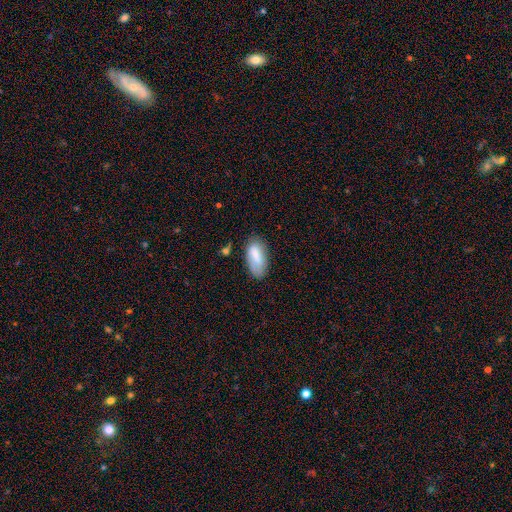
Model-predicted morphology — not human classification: Smooth or featured? smooth (78%)
How rounded? in between (90%)
Merging? none (64%)